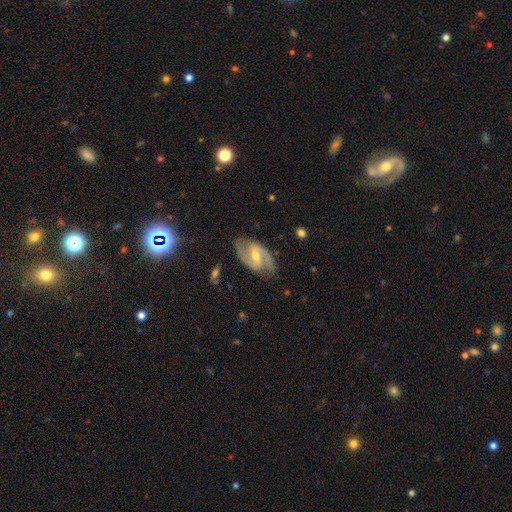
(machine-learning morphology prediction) smooth-or-featured: featured or disk: 89% | smooth: 6% | star or artifact: 5%
  disk-edge-on: no: 97% | yes: 3%
    bar: weak: 49% | strong: 29% | no: 22%
    has-spiral-arms: yes: 97% | no: 3%
      spiral-winding: medium: 56% | tight: 25% | loose: 19%
      spiral-arm-count: 2: 92% | can't tell: 3% | 3: 2% | 1: 1% | 4: 1% | more than 4: 1%
    bulge-size: small: 50% | moderate: 46% | none: 2% | large: 1% | dominant: 1%
  merging: none: 81% | minor disturbance: 14% | major disturbance: 4% | merger: 1%